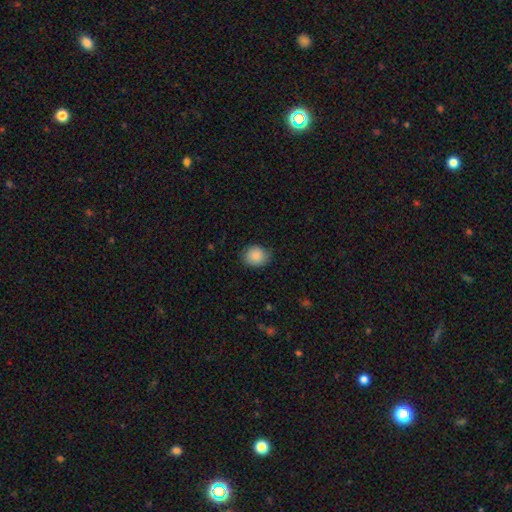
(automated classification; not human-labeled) Morphology: type=smooth (87%); roundness=round (68%); merging=none (79%).